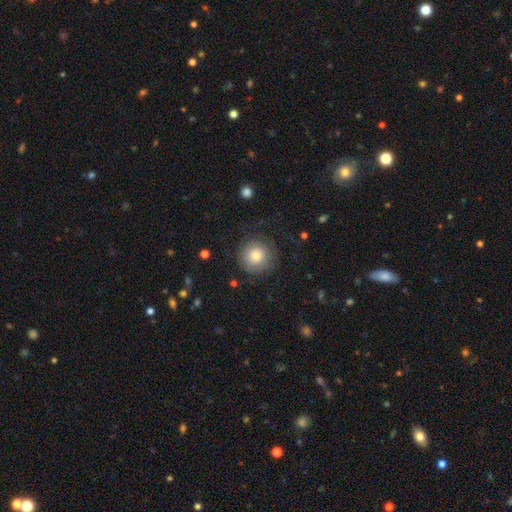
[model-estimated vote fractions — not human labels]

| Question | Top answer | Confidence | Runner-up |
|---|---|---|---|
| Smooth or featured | smooth | 71% | featured or disk (20%) |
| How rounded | round | 94% | in between (5%) |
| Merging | none | 76% | minor disturbance (13%) |